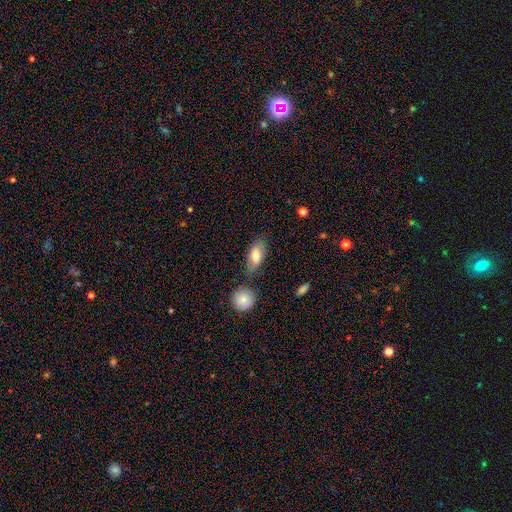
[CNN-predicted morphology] Q: Smooth or featured?
A: smooth (76%); runner-up: featured or disk (17%)
Q: How rounded?
A: in between (87%); runner-up: cigar-shaped (9%)
Q: Merging?
A: none (72%); runner-up: minor disturbance (16%)